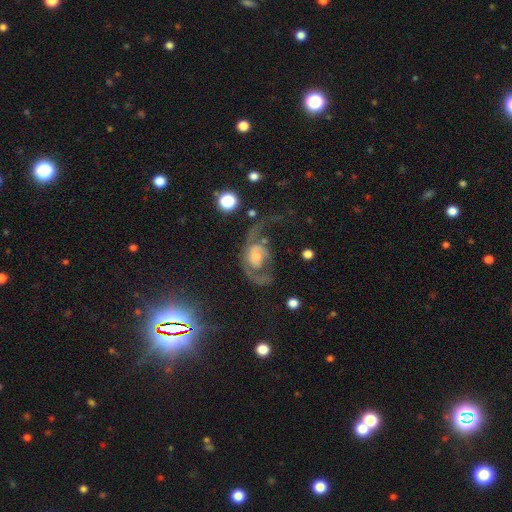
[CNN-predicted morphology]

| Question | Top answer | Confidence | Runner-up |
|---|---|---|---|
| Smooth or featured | featured or disk | 71% | smooth (18%) |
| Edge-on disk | no | 95% | yes (5%) |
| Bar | no | 72% | weak (23%) |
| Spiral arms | yes | 77% | no (23%) |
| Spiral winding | loose | 47% | medium (37%) |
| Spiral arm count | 2 | 50% | 1 (30%) |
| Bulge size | moderate | 45% | small (33%) |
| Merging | major disturbance | 50% | none (28%) |